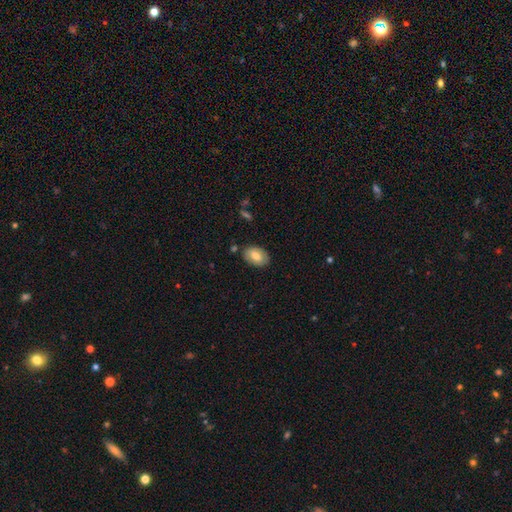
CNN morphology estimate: A smooth galaxy with no disk features (75%) that is in between round and cigar-shaped (86%).

Vote fractions:
- Smooth or featured? smooth: 75% / featured or disk: 18% / star or artifact: 7%
- How rounded? in between: 86% / round: 13% / cigar-shaped: 1%
- Merging? none: 85% / minor disturbance: 10% / major disturbance: 2% / merger: 2%